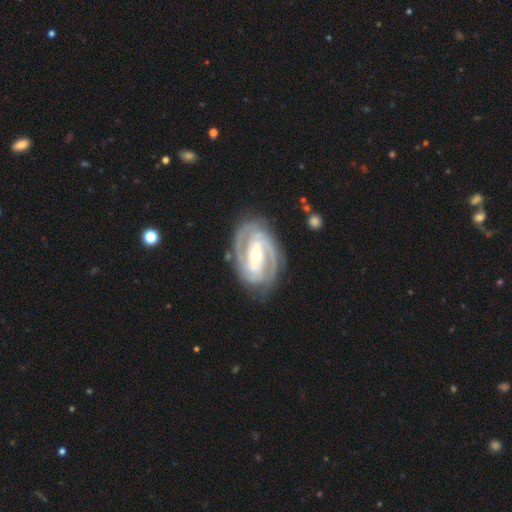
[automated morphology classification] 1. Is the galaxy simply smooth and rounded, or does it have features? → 91% featured or disk, 5% smooth, 4% star or artifact.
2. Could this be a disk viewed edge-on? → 97% no, 3% yes.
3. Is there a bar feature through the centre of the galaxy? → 52% strong, 31% weak, 18% no.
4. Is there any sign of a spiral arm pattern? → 97% yes, 3% no.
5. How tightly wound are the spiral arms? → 64% tight, 31% medium, 5% loose.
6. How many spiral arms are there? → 72% 2, 14% 3, 7% can't tell, 3% 4, 2% 1, 2% more than 4.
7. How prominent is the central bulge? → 50% moderate, 45% small, 3% large, 1% none, 1% dominant.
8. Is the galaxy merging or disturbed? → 79% none, 14% minor disturbance, 5% major disturbance, 2% merger.